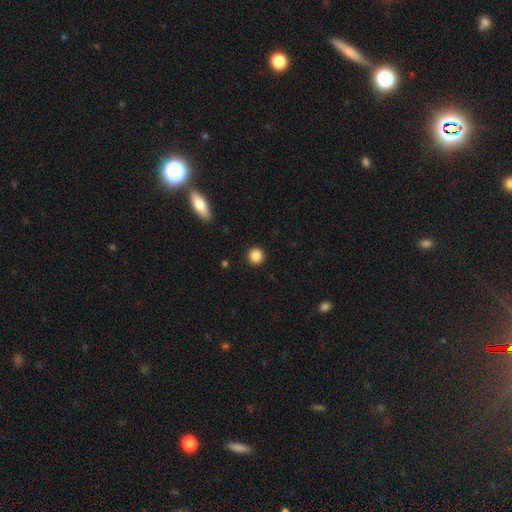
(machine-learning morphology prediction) The model was most divided on "smooth or featured": smooth: 87%, star or artifact: 9%, featured or disk: 3%. More confident: how rounded — round (93%); merging — none (92%).